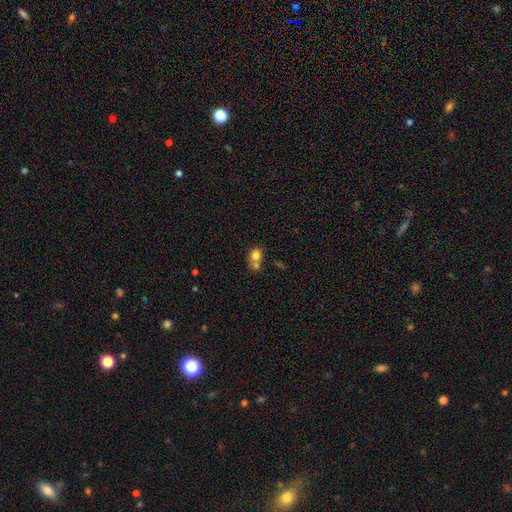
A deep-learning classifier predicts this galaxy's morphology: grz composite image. It shows a smooth galaxy with no disk features (77%) that is round (72%). Merging: merger (45%).